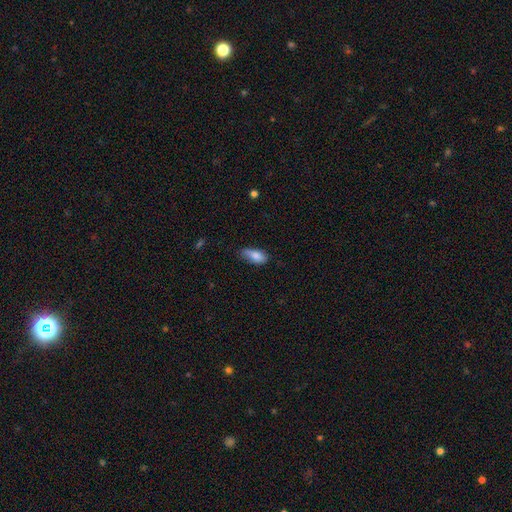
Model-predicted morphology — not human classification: This is clearly a smooth galaxy (83%). How rounded: clearly in between (83%). Merging: possibly none (52%).